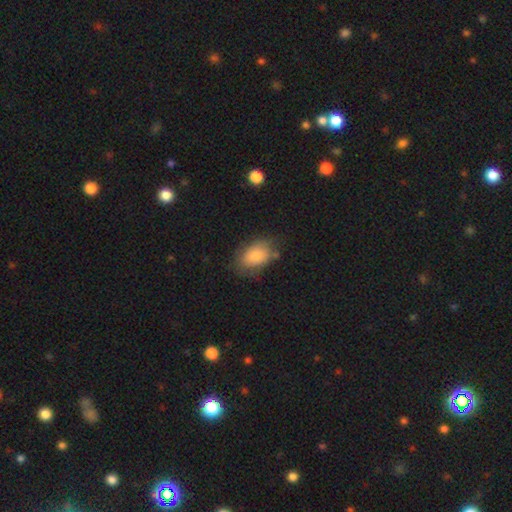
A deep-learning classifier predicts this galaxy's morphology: The model was most divided on "merging": none: 64%, minor disturbance: 24%, major disturbance: 8%, merger: 3%. More confident: how rounded — in between (88%); smooth or featured — smooth (81%).